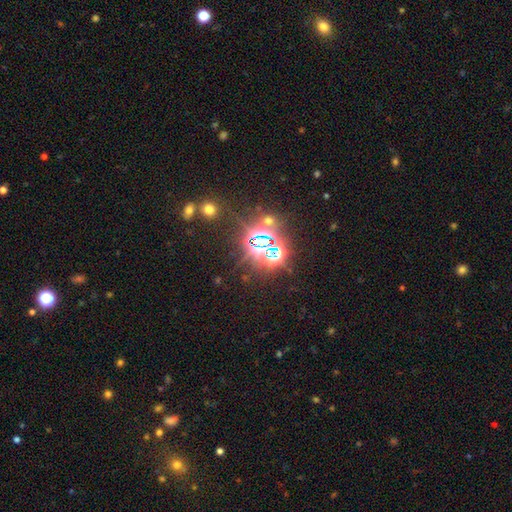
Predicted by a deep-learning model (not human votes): Q: Smooth or featured?
A: star or artifact (80%); runner-up: smooth (11%)